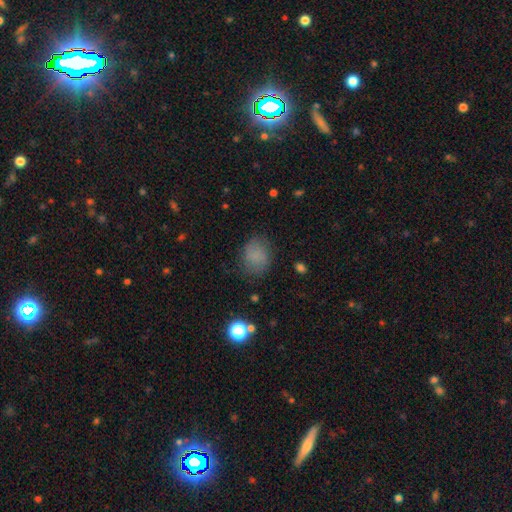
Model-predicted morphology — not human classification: Smooth or featured? smooth (79%)
How rounded? round (52%)
Merging? none (73%)